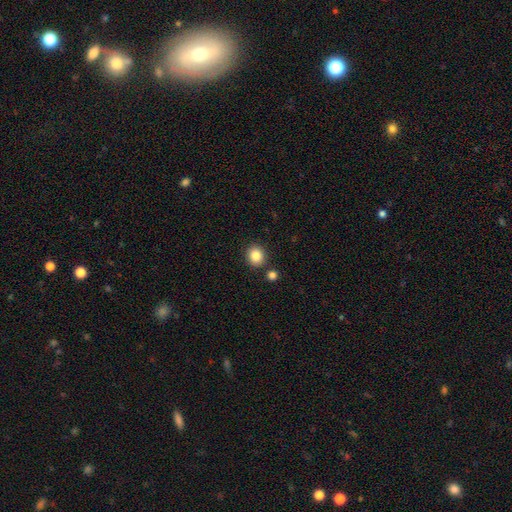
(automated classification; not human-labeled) Q: Smooth or featured?
A: smooth (85%); runner-up: star or artifact (10%)
Q: How rounded?
A: round (79%); runner-up: in between (20%)
Q: Merging?
A: none (86%); runner-up: minor disturbance (7%)